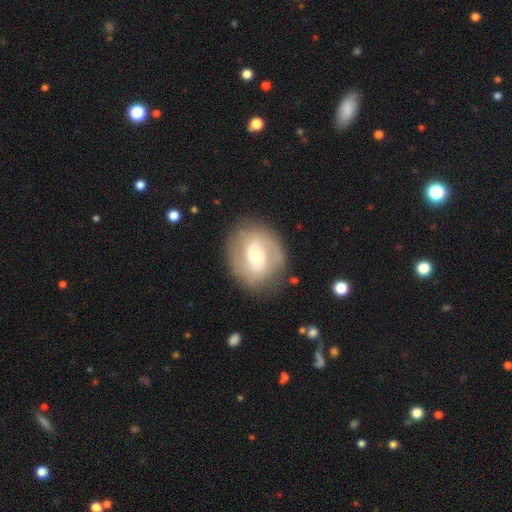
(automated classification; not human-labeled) A featured or disk galaxy (67%) with no bar (47%), 2 (74%) medium (42%) spiral arms (80%) and a moderate central bulge (48%).

Vote fractions:
- Smooth or featured? featured or disk: 67% / smooth: 27% / star or artifact: 7%
- Edge-on disk? no: 97% / yes: 3%
- Bar? no: 47% / weak: 39% / strong: 15%
- Spiral arms? yes: 80% / no: 20%
- Spiral winding? medium: 42% / tight: 38% / loose: 20%
- Spiral arm count? 2: 74% / can't tell: 15% / 1: 4% / 3: 3% / 4: 1% / more than 4: 1%
- Bulge size? moderate: 48% / small: 42% / large: 7% / dominant: 1% / none: 1%
- Merging? none: 78% / minor disturbance: 14% / major disturbance: 6% / merger: 2%